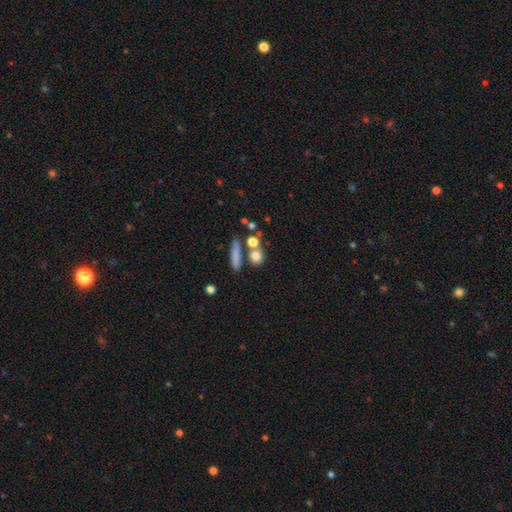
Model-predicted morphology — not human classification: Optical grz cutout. It shows a smooth galaxy with no disk features (78%) that is round (68%). Merging: none (61%).